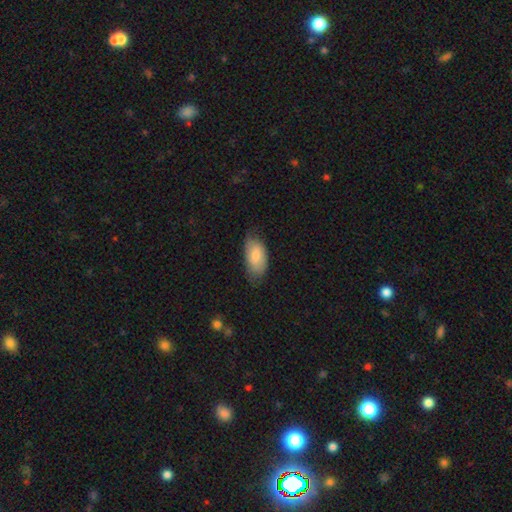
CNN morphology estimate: A smooth galaxy with no disk features (76%) that is in between round and cigar-shaped (94%).

Vote fractions:
- Smooth or featured? smooth: 76% / featured or disk: 18% / star or artifact: 6%
- How rounded? in between: 94% / cigar-shaped: 3% / round: 3%
- Merging? none: 67% / minor disturbance: 26% / major disturbance: 5% / merger: 1%